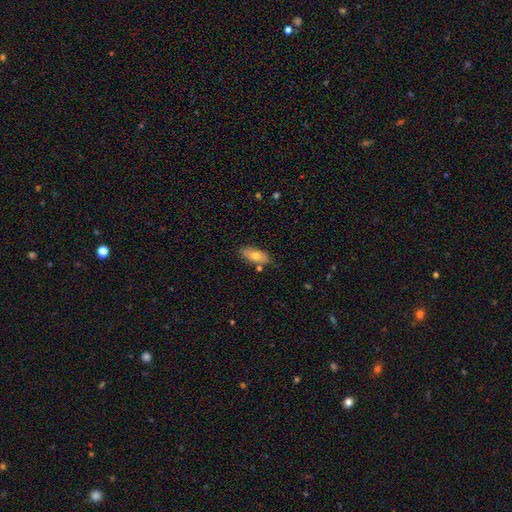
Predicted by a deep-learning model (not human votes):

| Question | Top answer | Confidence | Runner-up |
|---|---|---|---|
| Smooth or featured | smooth | 72% | featured or disk (21%) |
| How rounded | in between | 86% | cigar-shaped (11%) |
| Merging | none | 77% | minor disturbance (16%) |